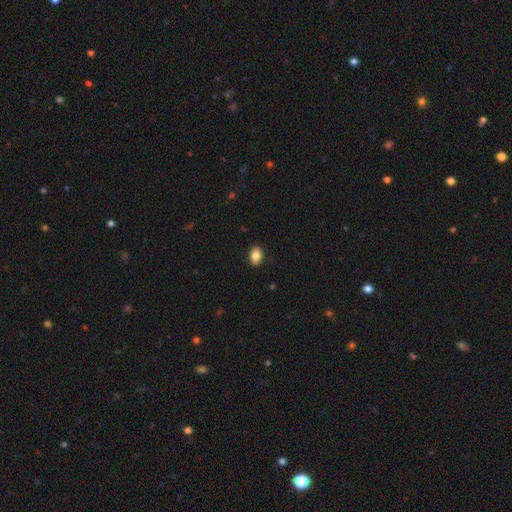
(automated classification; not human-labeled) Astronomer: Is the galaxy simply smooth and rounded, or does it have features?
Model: smooth — 85%.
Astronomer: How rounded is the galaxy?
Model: in between — 87%.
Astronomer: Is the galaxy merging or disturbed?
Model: none — 89%.